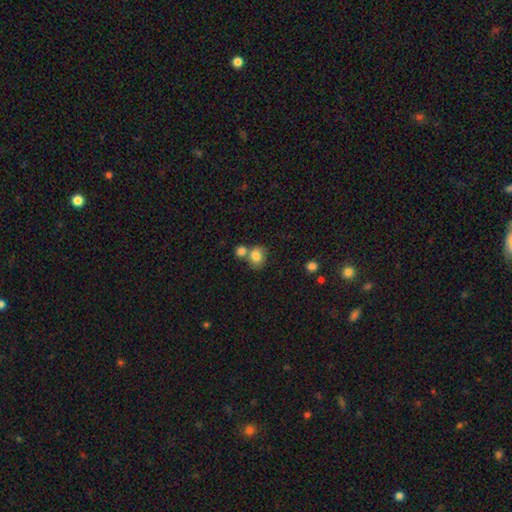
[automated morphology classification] Smooth or featured?
  - smooth: 82% *
  - star or artifact: 9%
  - featured or disk: 9%
How rounded?
  - round: 64% *
  - in between: 35%
  - cigar-shaped: 1%
Merging?
  - none: 45% *
  - merger: 38%
  - minor disturbance: 12%
  - major disturbance: 4%